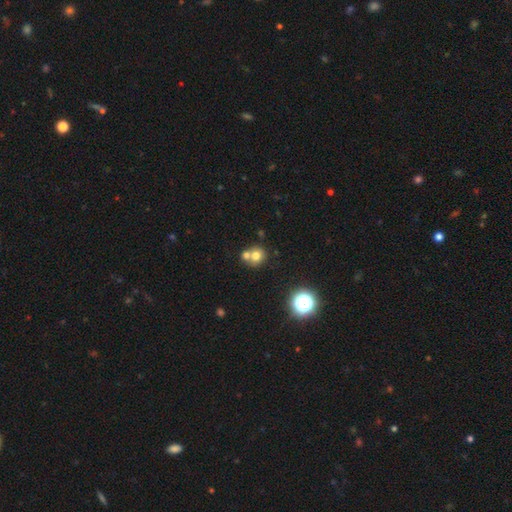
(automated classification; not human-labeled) The model was most divided on "merging": merger: 47%, none: 44%, minor disturbance: 7%, major disturbance: 3%. More confident: how rounded — round (82%); smooth or featured — smooth (71%).